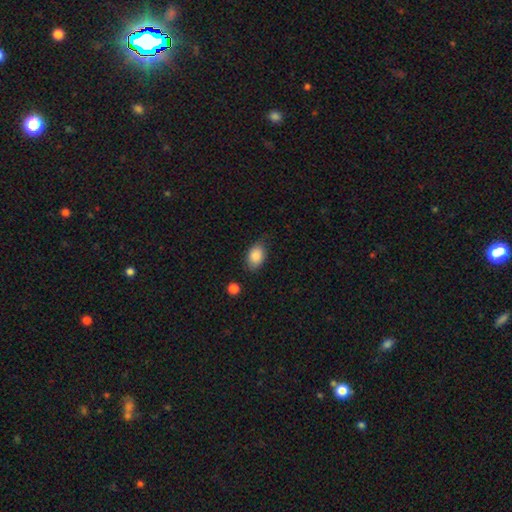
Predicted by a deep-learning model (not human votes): smooth_or_featured: smooth (p=0.87) [alt: star or artifact p=0.07]
how_rounded: in between (p=0.85) [alt: round p=0.13]
merging: none (p=0.74) [alt: minor disturbance p=0.20]